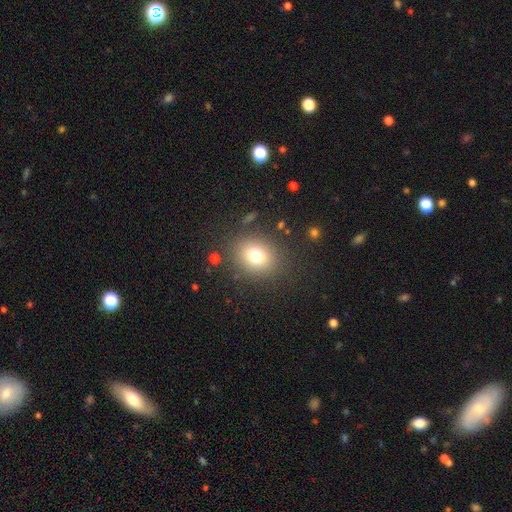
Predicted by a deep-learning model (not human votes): Q: Smooth or featured?
A: smooth (75%); runner-up: star or artifact (14%)
Q: How rounded?
A: round (63%); runner-up: in between (37%)
Q: Merging?
A: none (85%); runner-up: minor disturbance (9%)